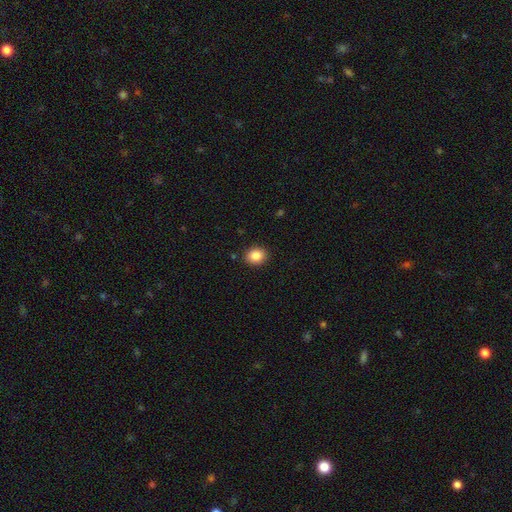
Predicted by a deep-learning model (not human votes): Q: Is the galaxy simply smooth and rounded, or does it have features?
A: smooth — 87%.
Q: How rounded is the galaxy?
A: round — 57%.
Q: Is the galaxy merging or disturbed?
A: none — 89%.